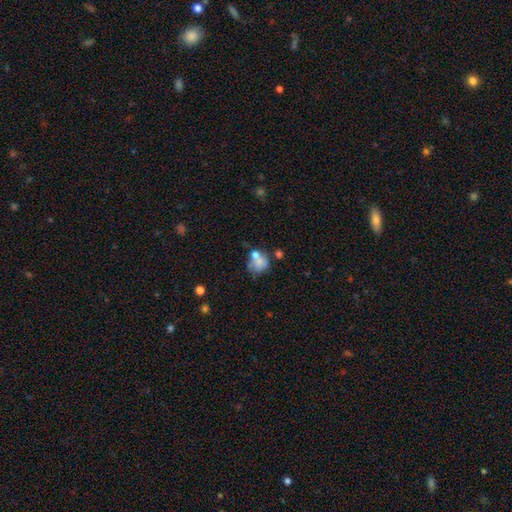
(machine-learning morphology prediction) Smooth or featured? Predicted: smooth (p=0.66). How rounded? Predicted: round (p=0.63). Merging? Predicted: merger (p=0.40).